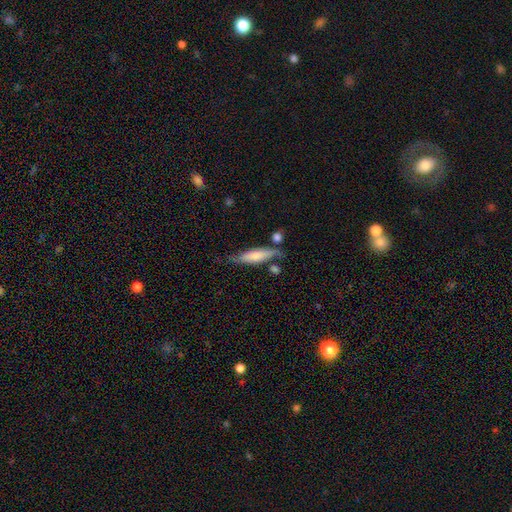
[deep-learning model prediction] Smooth or featured? Predicted: smooth (p=0.60). How rounded? Predicted: cigar-shaped (p=0.68). Merging? Predicted: none (p=0.60).